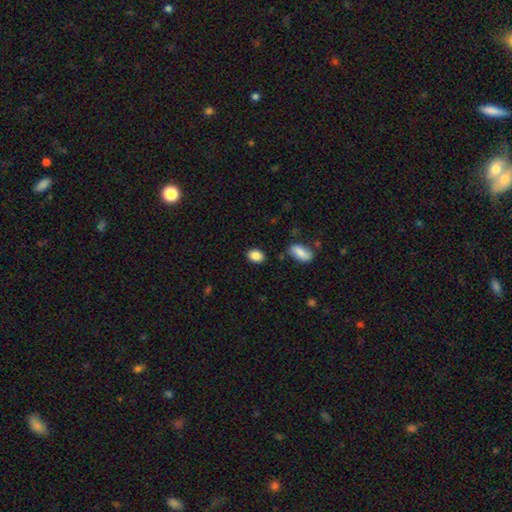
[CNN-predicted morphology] Q: Smooth or featured?
A: smooth (87%); runner-up: star or artifact (8%)
Q: How rounded?
A: in between (73%); runner-up: round (25%)
Q: Merging?
A: none (83%); runner-up: minor disturbance (11%)